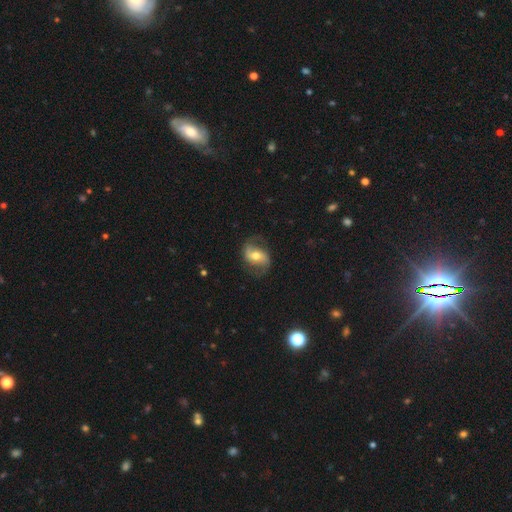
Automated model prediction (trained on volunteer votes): Smooth or featured?
  - featured or disk: 72% *
  - smooth: 21%
  - star or artifact: 7%
Edge-on disk?
  - no: 96% *
  - yes: 4%
Bar?
  - weak: 42% *
  - no: 31%
  - strong: 27%
Spiral arms?
  - yes: 90% *
  - no: 10%
Spiral winding?
  - loose: 50% *
  - medium: 38%
  - tight: 12%
Spiral arm count?
  - 2: 90% *
  - can't tell: 5%
  - 1: 3%
  - 3: 1%
  - 4: 1%
  - more than 4: 1%
Bulge size?
  - moderate: 65% *
  - small: 24%
  - large: 8%
  - none: 2%
  - dominant: 1%
Merging?
  - none: 75% *
  - minor disturbance: 16%
  - major disturbance: 8%
  - merger: 1%